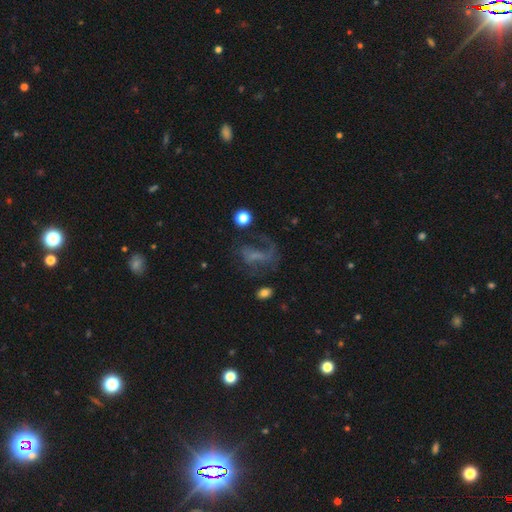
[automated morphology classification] smooth-or-featured: featured or disk: 53% | smooth: 26% | star or artifact: 21%
  disk-edge-on: no: 95% | yes: 5%
    bar: no: 52% | weak: 33% | strong: 16%
    has-spiral-arms: yes: 65% | no: 35%
    bulge-size: none: 53% | small: 30% | moderate: 12% | large: 4% | dominant: 2%
  merging: major disturbance: 42% | none: 37% | minor disturbance: 16% | merger: 5%